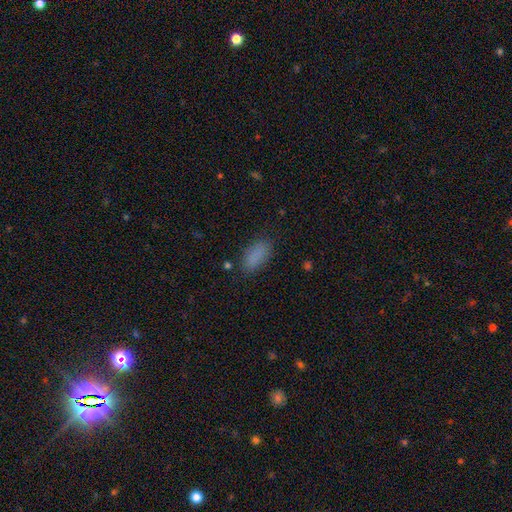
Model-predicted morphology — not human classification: This appears to be a smooth galaxy with no disk features (85%) that is in between round and cigar-shaped (86%). Merging: none (81%).